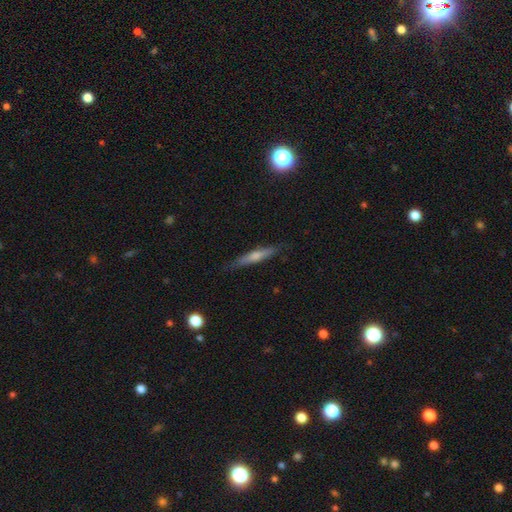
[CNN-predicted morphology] type=featured or disk (58%); edge-on=yes (94%); edge-on bulge=rounded (69%); merging=none (87%).